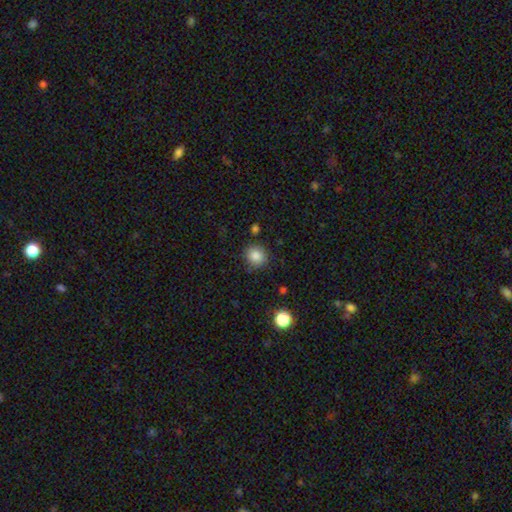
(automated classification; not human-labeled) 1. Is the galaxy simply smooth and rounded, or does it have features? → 85% smooth, 10% star or artifact, 5% featured or disk.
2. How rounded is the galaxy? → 88% round, 11% in between, 1% cigar-shaped.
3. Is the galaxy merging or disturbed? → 86% none, 9% minor disturbance, 3% major disturbance, 3% merger.